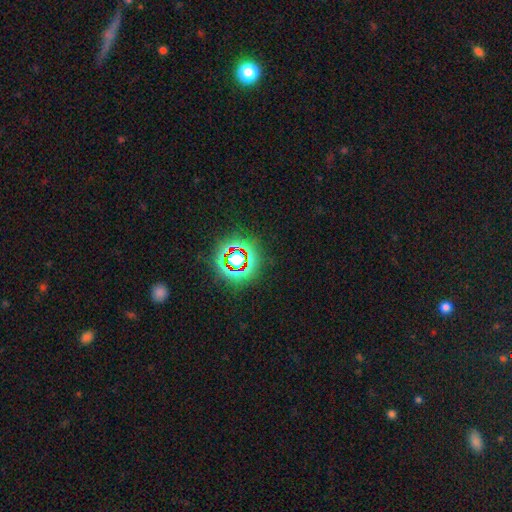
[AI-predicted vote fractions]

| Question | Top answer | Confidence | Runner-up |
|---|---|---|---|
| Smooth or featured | star or artifact | 71% | smooth (20%) |